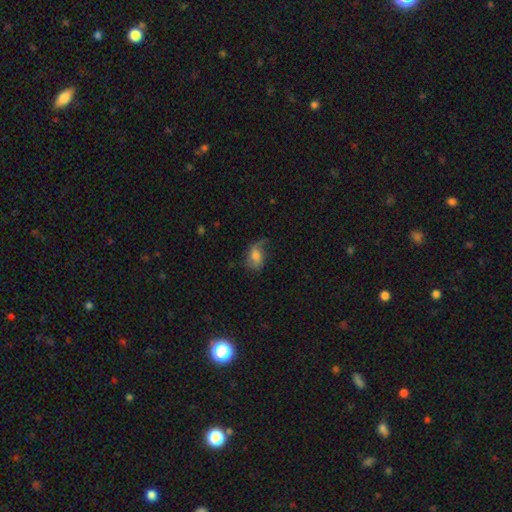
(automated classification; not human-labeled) This appears to be a smooth galaxy with no disk features (50%). Merging: none (38%).